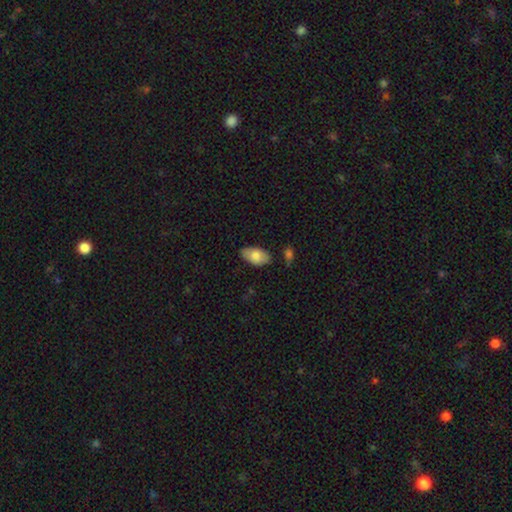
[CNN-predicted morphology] Smooth or featured? Predicted: smooth (p=0.78). How rounded? Predicted: in between (p=0.94). Merging? Predicted: none (p=0.77).